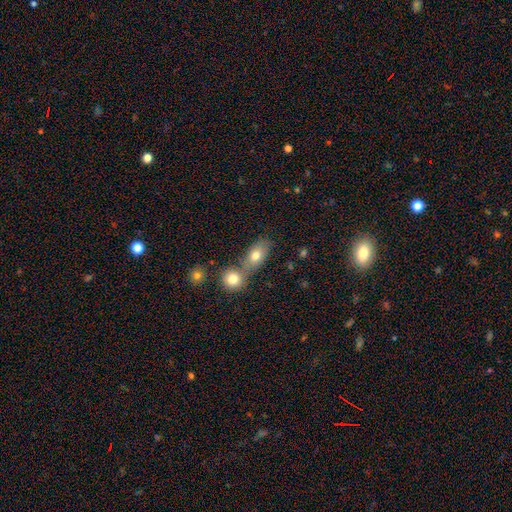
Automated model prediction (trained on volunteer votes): smooth 75%, featured or disk 16%, star or artifact 9%. Down the decision tree: how rounded — in between (78%); merging — none (43%).